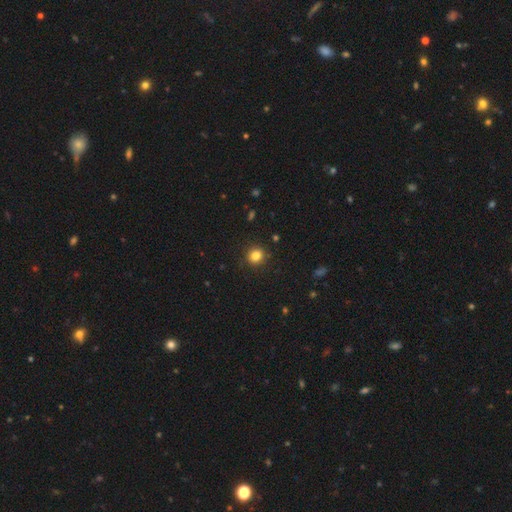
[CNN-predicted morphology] A smooth galaxy with no disk features (83%) that is round (82%).

Vote fractions:
- Smooth or featured? smooth: 83% / star or artifact: 12% / featured or disk: 5%
- How rounded? round: 82% / in between: 17% / cigar-shaped: 1%
- Merging? none: 90% / minor disturbance: 7% / major disturbance: 2% / merger: 1%